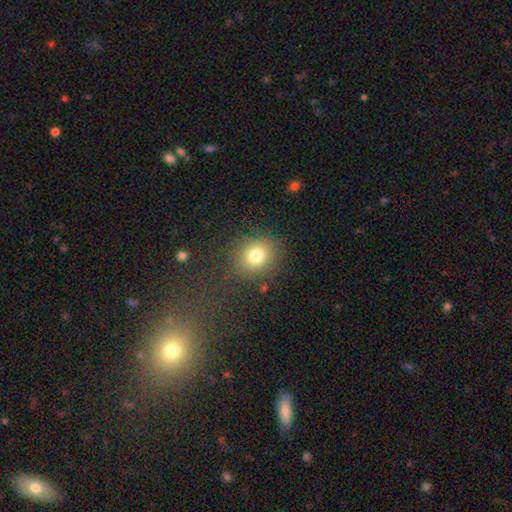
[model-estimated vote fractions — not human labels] This appears to be a smooth galaxy with no disk features (78%) that is round (73%). Merging: none (82%).